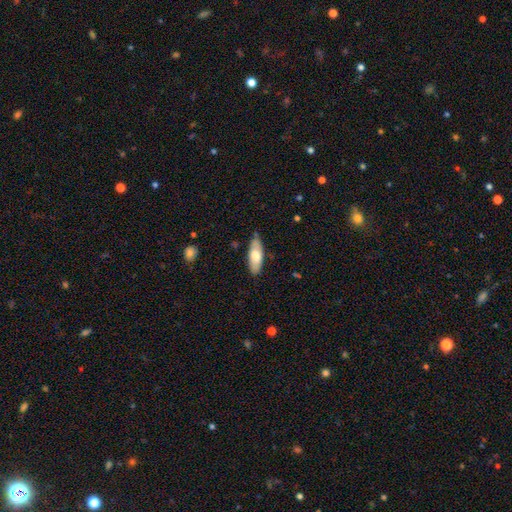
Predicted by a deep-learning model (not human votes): This appears to be a smooth galaxy with no disk features (69%) that is in between round and cigar-shaped (69%). Merging: none (77%).